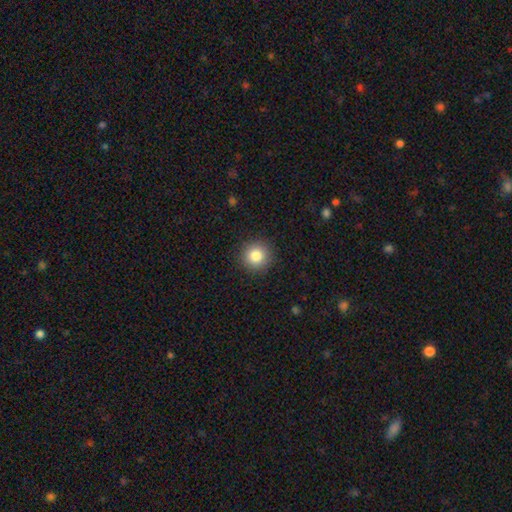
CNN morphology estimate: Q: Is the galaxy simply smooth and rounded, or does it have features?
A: smooth — 83%.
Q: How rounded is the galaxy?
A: round — 94%.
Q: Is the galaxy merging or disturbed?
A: none — 91%.